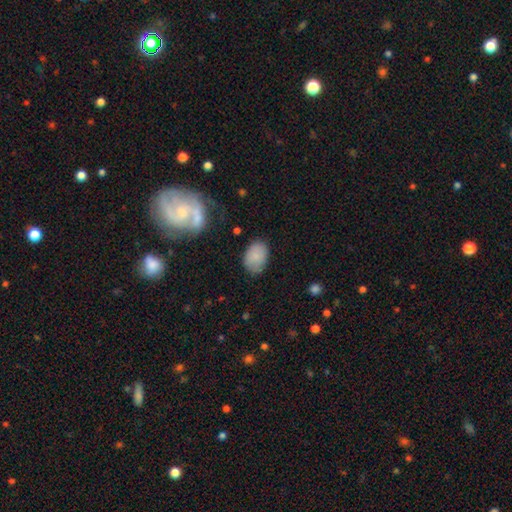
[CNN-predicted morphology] Overall: smooth (84%). How rounded: in between (84%). Merging: none (78%).